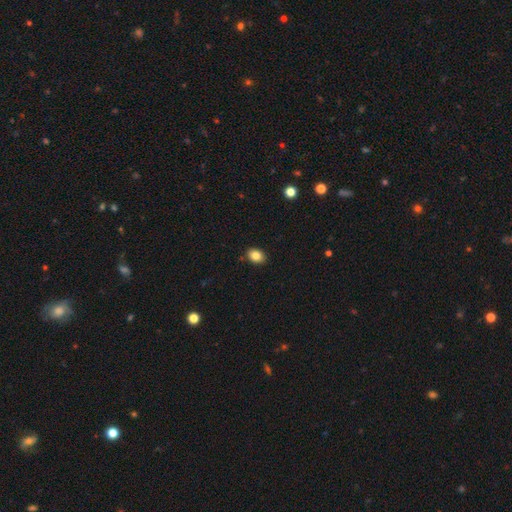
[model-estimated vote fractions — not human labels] smooth 84%, star or artifact 9%, featured or disk 6%. Down the decision tree: how rounded — in between (67%); merging — none (88%).